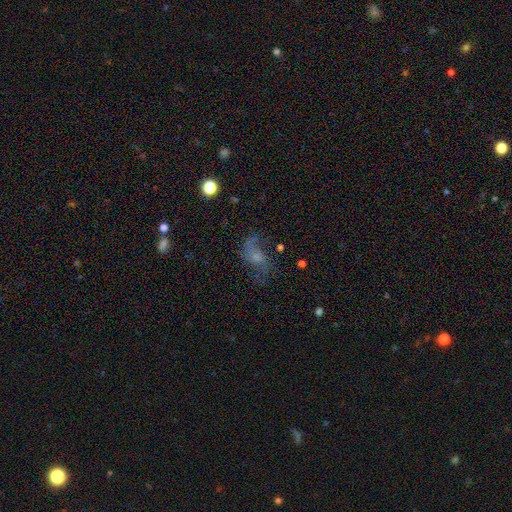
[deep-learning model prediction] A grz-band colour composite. It shows a featured or disk galaxy (60%) with no bar (67%), spiral arms (82%) and a small central bulge (39%). Merging: none (53%).